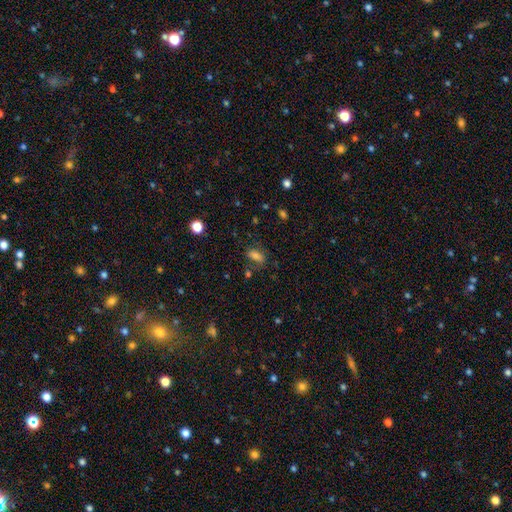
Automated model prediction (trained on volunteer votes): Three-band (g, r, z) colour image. It shows a smooth galaxy with no disk features (79%) that is in between round and cigar-shaped (81%). Merging: none (70%).